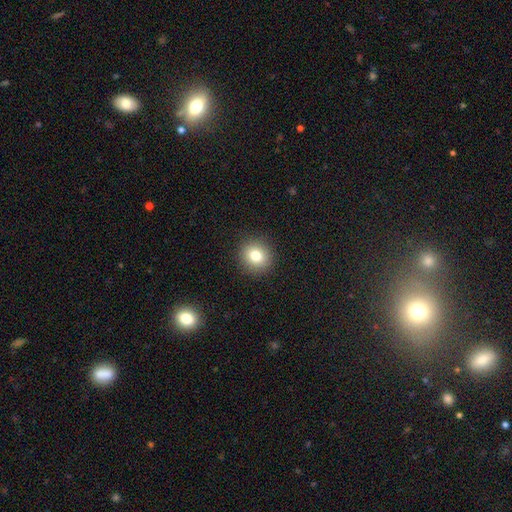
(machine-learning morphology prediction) A smooth galaxy with no disk features (79%) that is round (88%).

Vote fractions:
- Smooth or featured? smooth: 79% / star or artifact: 12% / featured or disk: 9%
- How rounded? round: 88% / in between: 11% / cigar-shaped: 1%
- Merging? none: 91% / minor disturbance: 6% / major disturbance: 2% / merger: 1%